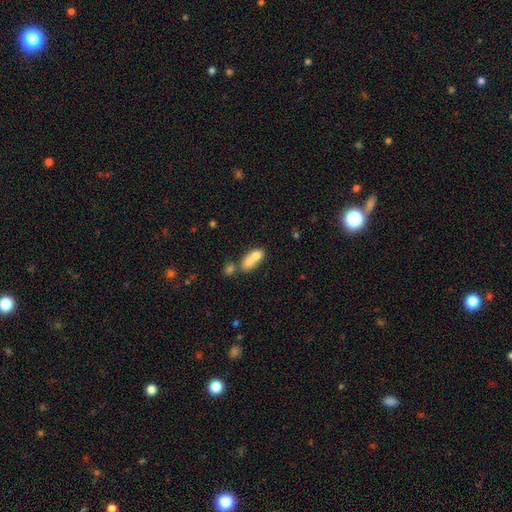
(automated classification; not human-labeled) Smooth or featured? Predicted: smooth (p=0.67). How rounded? Predicted: in between (p=0.71). Merging? Predicted: merger (p=0.67).